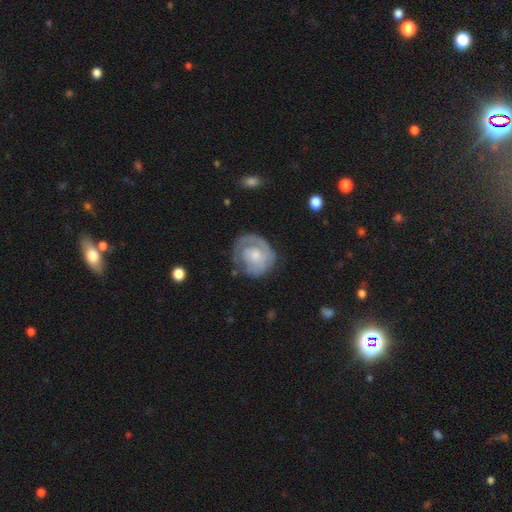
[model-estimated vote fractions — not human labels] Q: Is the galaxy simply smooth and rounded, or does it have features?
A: featured or disk — 69%.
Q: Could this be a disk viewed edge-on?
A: no — 98%.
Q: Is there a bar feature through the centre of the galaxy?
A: no — 77%.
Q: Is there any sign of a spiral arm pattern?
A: yes — 79%.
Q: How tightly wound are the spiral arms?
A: tight — 64%.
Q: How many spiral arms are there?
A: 1 — 39%.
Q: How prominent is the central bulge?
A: small — 45%.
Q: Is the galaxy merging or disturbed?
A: none — 65%.